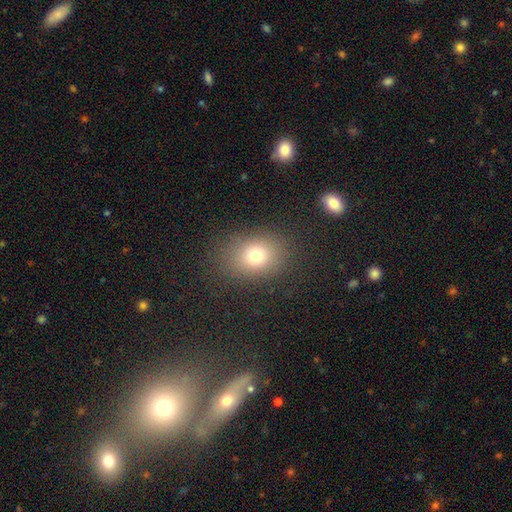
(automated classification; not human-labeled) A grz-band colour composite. It shows a smooth galaxy with no disk features (74%) that is in between round and cigar-shaped (55%). Merging: none (84%).